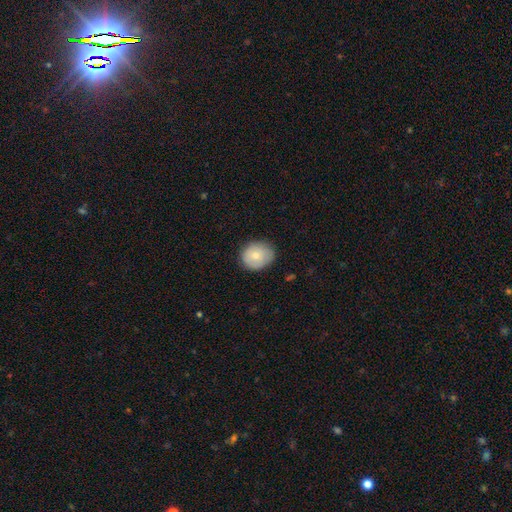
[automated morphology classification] type=smooth (70%); roundness=round (68%); merging=none (75%).